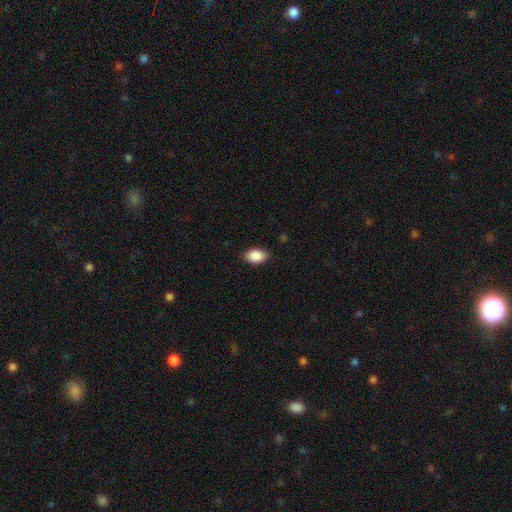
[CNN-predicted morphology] Smooth or featured: smooth — 88% (star or artifact — 7%)
How rounded: in between — 91% (round — 7%)
Merging: none — 84% (minor disturbance — 13%)